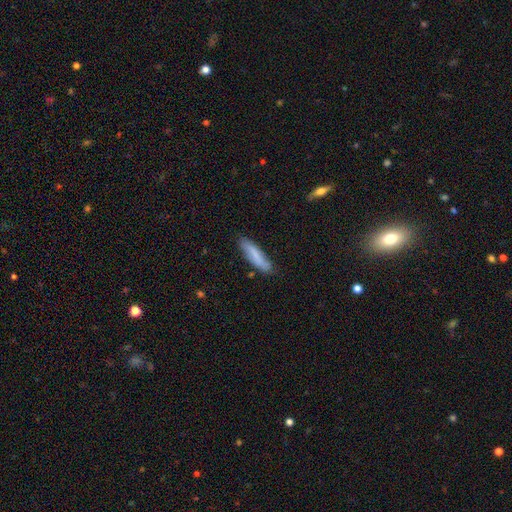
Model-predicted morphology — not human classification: This is likely a smooth galaxy (73%). How rounded: likely cigar-shaped (76%). Merging: likely none (79%).